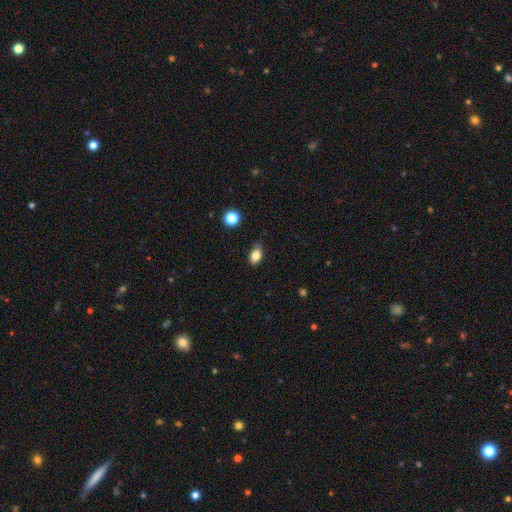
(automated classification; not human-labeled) Smooth or featured?
  - smooth: 82% *
  - star or artifact: 10%
  - featured or disk: 8%
How rounded?
  - in between: 81% *
  - round: 16%
  - cigar-shaped: 2%
Merging?
  - none: 70% *
  - minor disturbance: 24%
  - major disturbance: 4%
  - merger: 2%